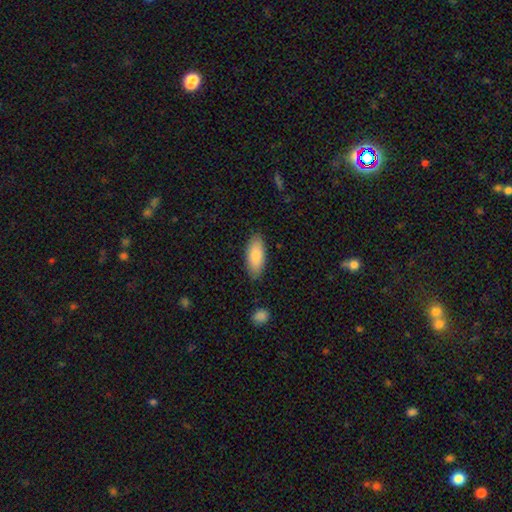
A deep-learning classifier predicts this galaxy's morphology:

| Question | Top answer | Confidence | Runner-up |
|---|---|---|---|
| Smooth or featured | smooth | 84% | featured or disk (10%) |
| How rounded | in between | 84% | cigar-shaped (14%) |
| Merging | none | 84% | minor disturbance (12%) |